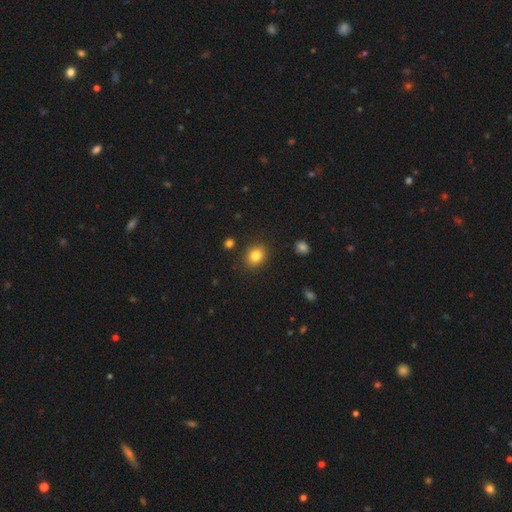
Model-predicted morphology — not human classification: A smooth galaxy with no disk features (83%) that is round (60%). Merging: none (88%).